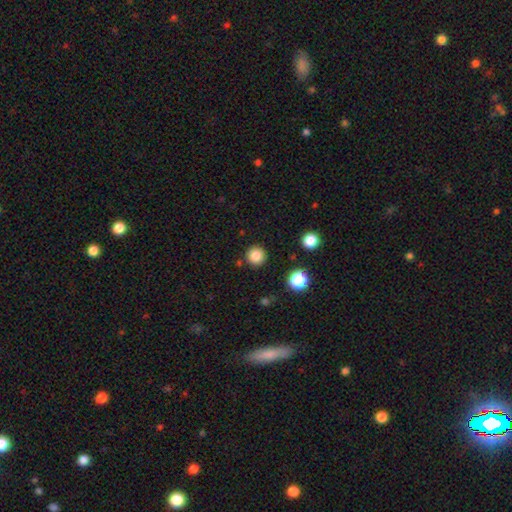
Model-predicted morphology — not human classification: Smooth or featured?
  - smooth: 84% *
  - star or artifact: 12%
  - featured or disk: 5%
How rounded?
  - round: 95% *
  - in between: 4%
  - cigar-shaped: 1%
Merging?
  - none: 89% *
  - minor disturbance: 6%
  - merger: 3%
  - major disturbance: 2%